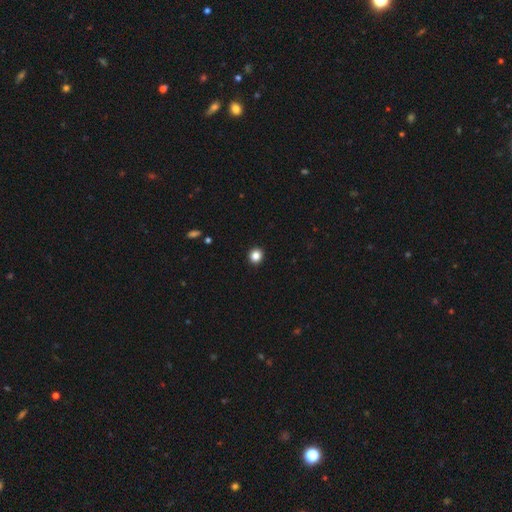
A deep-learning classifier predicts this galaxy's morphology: A smooth galaxy with no disk features (85%) that is round (89%).

Vote fractions:
- Smooth or featured? smooth: 85% / star or artifact: 11% / featured or disk: 4%
- How rounded? round: 89% / in between: 10% / cigar-shaped: 1%
- Merging? none: 93% / minor disturbance: 4% / major disturbance: 1% / merger: 1%